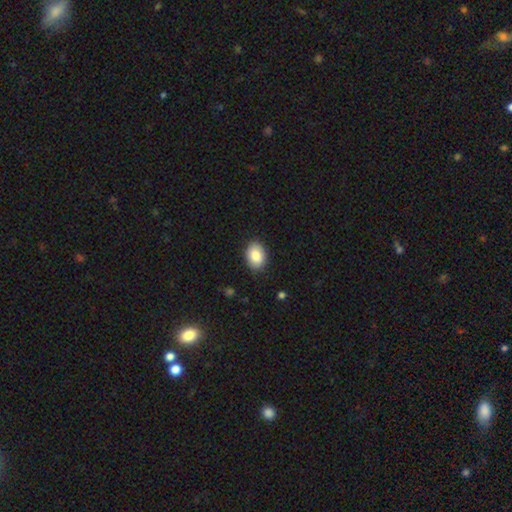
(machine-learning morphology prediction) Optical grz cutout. It shows a smooth galaxy with no disk features (85%) that is in between round and cigar-shaped (78%). Merging: none (87%).